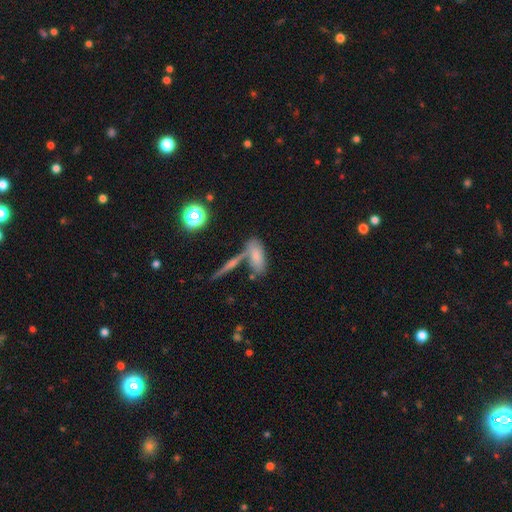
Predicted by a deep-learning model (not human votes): A smooth galaxy with no disk features (72%) that is in between round and cigar-shaped (76%).

Vote fractions:
- Smooth or featured? smooth: 72% / featured or disk: 18% / star or artifact: 9%
- How rounded? in between: 76% / cigar-shaped: 20% / round: 4%
- Merging? none: 47% / merger: 33% / minor disturbance: 14% / major disturbance: 6%